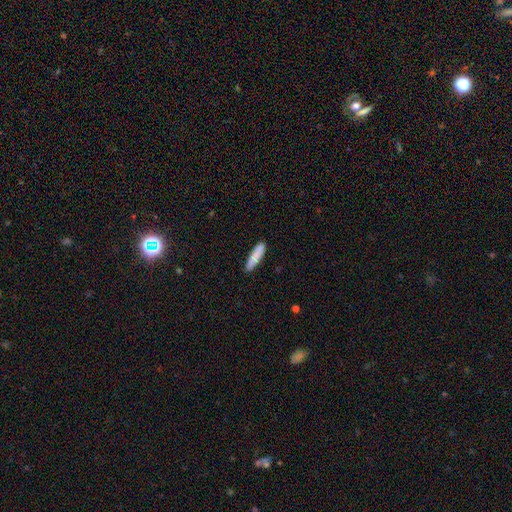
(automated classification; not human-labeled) Smooth or featured?
  - smooth: 83% *
  - featured or disk: 11%
  - star or artifact: 6%
How rounded?
  - cigar-shaped: 78% *
  - in between: 20%
  - round: 1%
Merging?
  - none: 85% *
  - minor disturbance: 11%
  - major disturbance: 2%
  - merger: 2%